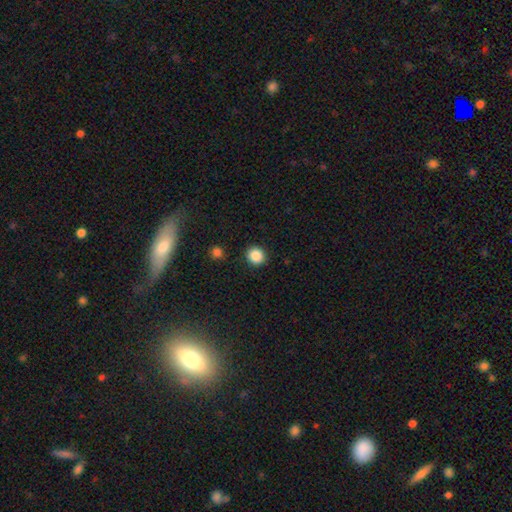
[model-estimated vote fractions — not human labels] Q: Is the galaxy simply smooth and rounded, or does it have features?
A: smooth — 87%.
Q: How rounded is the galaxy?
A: round — 91%.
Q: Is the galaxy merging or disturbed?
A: none — 91%.